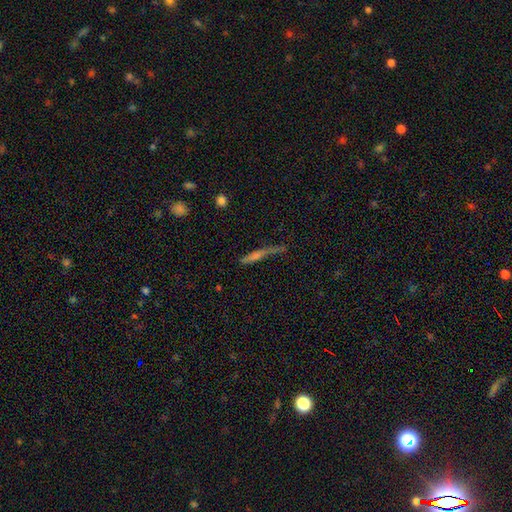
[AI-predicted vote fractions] Morphology: type=featured or disk (44%); merging=none (55%).